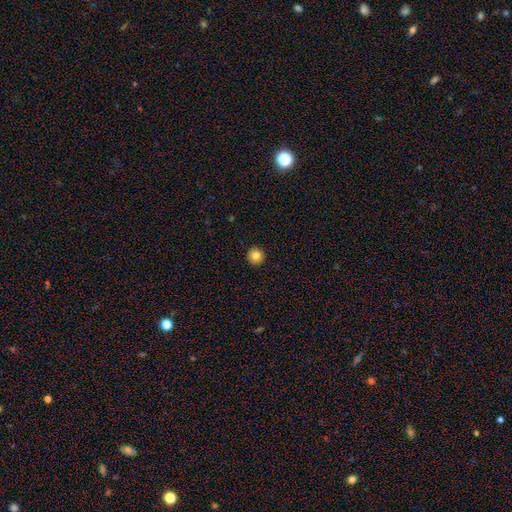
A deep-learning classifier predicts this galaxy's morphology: smooth-or-featured: smooth: 83% | star or artifact: 10% | featured or disk: 7%
  how-rounded: round: 95% | in between: 4% | cigar-shaped: 1%
  merging: none: 93% | minor disturbance: 5% | major disturbance: 1% | merger: 1%